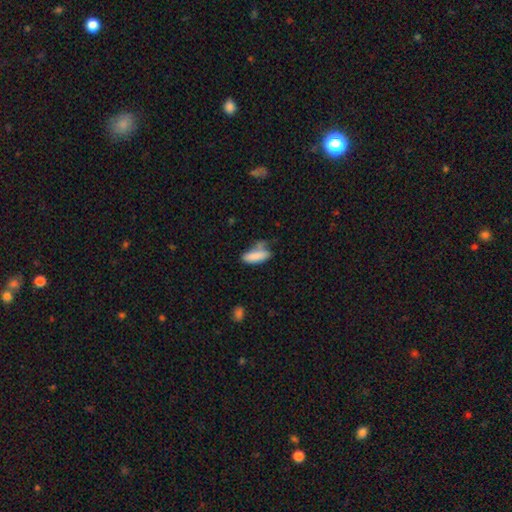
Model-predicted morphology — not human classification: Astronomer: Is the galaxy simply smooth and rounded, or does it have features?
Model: smooth — 83%.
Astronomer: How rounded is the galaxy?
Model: in between — 63%.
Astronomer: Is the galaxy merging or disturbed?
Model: none — 45% (runner-up: minor disturbance, 29%).